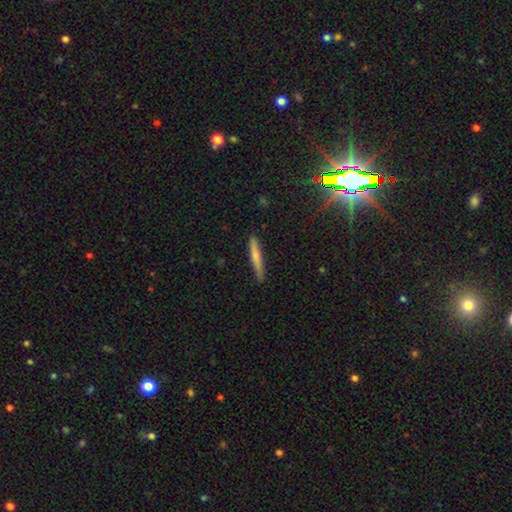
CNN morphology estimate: Overall: smooth (66%; featured or disk 27%). How rounded: cigar-shaped (94%). Merging: none (86%).